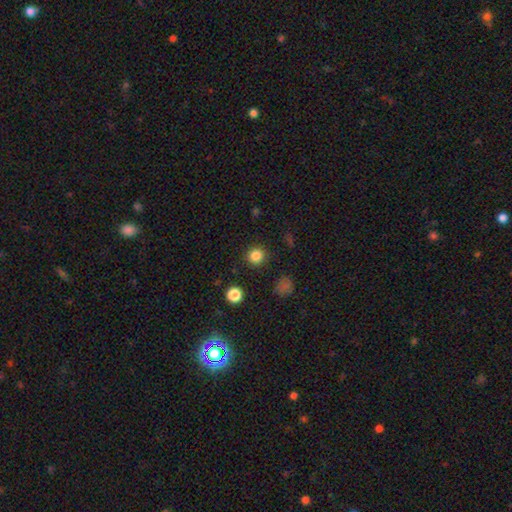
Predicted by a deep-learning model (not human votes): Overall: smooth (84%). How rounded: round (93%). Merging: none (90%).